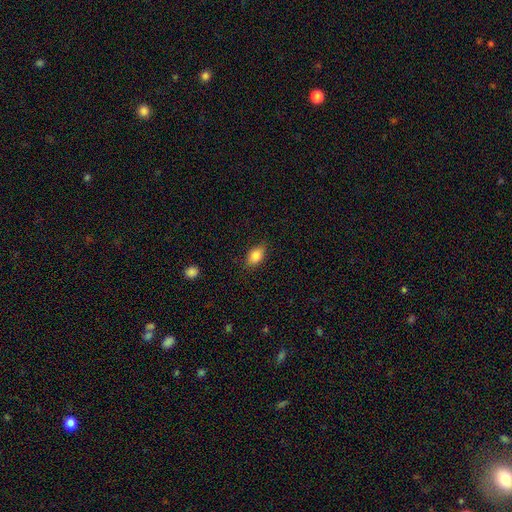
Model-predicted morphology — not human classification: The model was most divided on "merging": none: 83%, minor disturbance: 14%, major disturbance: 3%, merger: 1%. More confident: how rounded — in between (84%); smooth or featured — smooth (82%).